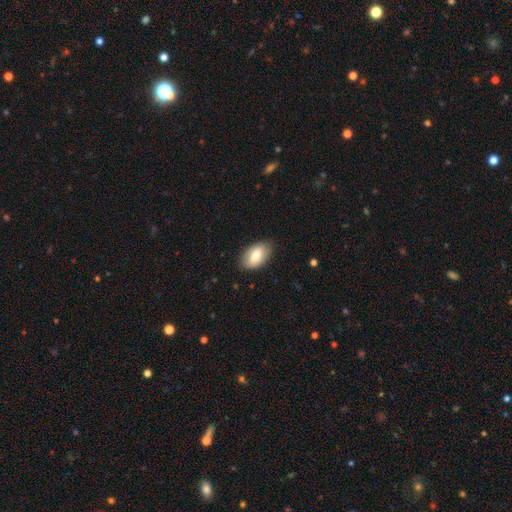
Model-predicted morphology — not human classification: smooth_or_featured: smooth (p=0.75) [alt: featured or disk p=0.18]
how_rounded: in between (p=0.93) [alt: round p=0.05]
merging: none (p=0.83) [alt: minor disturbance p=0.13]